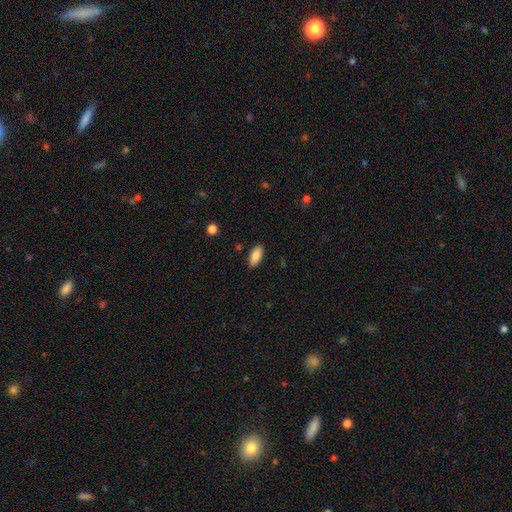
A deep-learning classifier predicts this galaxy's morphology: type=smooth (89%); roundness=in between (87%); merging=none (88%).